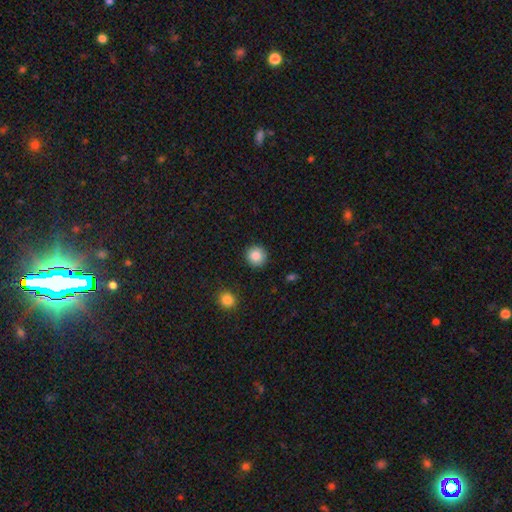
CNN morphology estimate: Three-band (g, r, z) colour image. It shows a smooth galaxy with no disk features (86%) that is round (94%). Merging: none (91%).